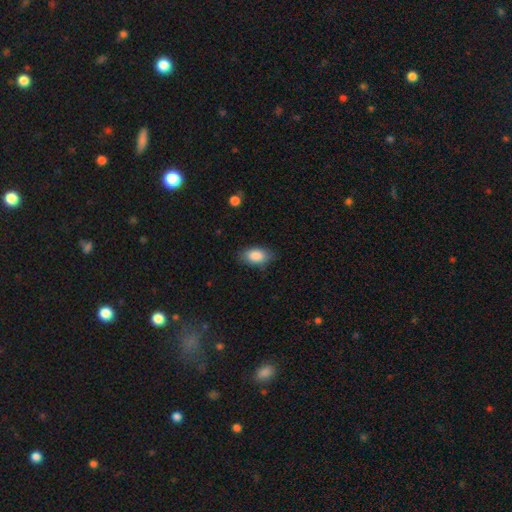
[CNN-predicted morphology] Q: Smooth or featured?
A: smooth (88%); runner-up: star or artifact (7%)
Q: How rounded?
A: in between (92%); runner-up: round (6%)
Q: Merging?
A: none (81%); runner-up: minor disturbance (14%)